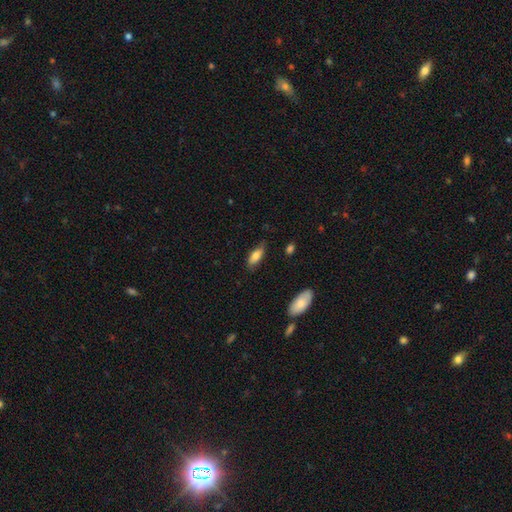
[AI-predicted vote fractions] Smooth or featured: smooth — 77% (featured or disk — 16%)
How rounded: in between — 74% (cigar-shaped — 24%)
Merging: none — 75% (minor disturbance — 20%)